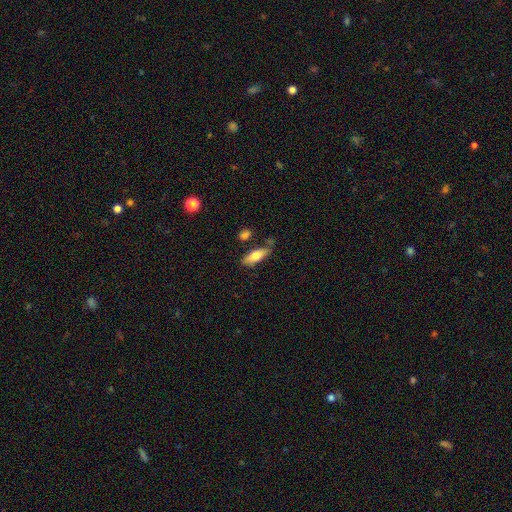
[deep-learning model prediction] smooth-or-featured: smooth: 70% | featured or disk: 24% | star or artifact: 6%
  how-rounded: in between: 62% | cigar-shaped: 35% | round: 3%
  merging: none: 69% | minor disturbance: 19% | merger: 7% | major disturbance: 4%